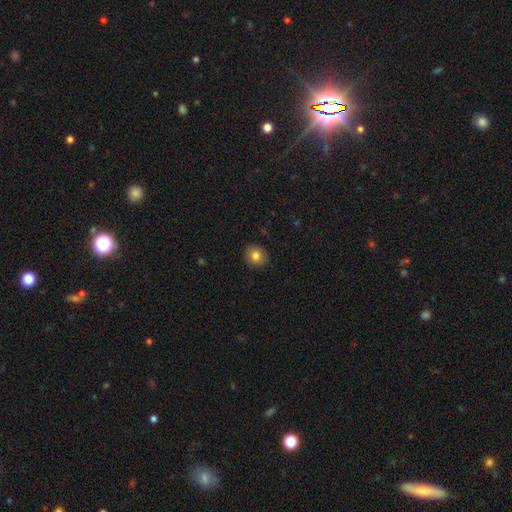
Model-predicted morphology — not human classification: A smooth galaxy with no disk features (81%) that is round (79%).

Vote fractions:
- Smooth or featured? smooth: 81% / star or artifact: 10% / featured or disk: 9%
- How rounded? round: 79% / in between: 20% / cigar-shaped: 1%
- Merging? none: 90% / minor disturbance: 7% / major disturbance: 2% / merger: 1%